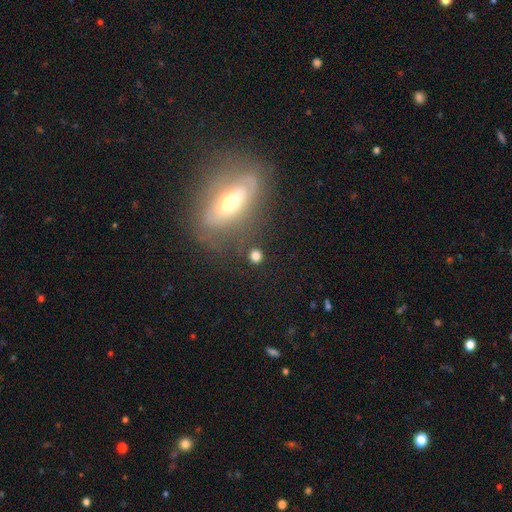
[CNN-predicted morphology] Smooth or featured: smooth — 78% (star or artifact — 14%)
How rounded: round — 81% (in between — 16%)
Merging: none — 83% (minor disturbance — 9%)